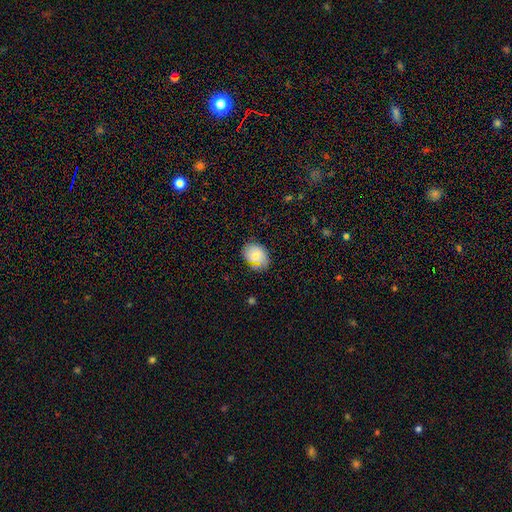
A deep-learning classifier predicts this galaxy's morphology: A smooth galaxy with no disk features (69%) that is in between round and cigar-shaped (65%). Merging: none (71%).